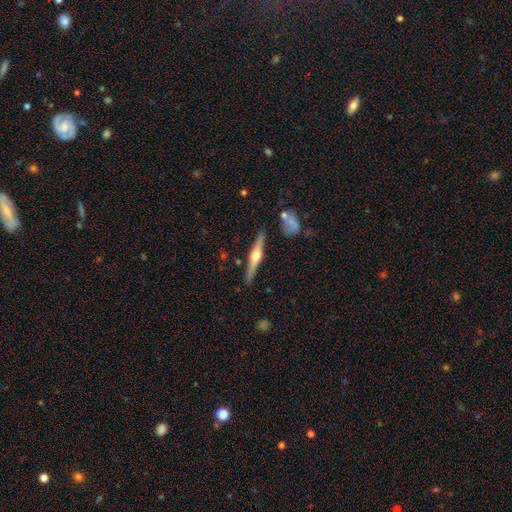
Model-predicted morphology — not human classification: featured or disk 73%, smooth 22%, star or artifact 6%. Down the decision tree: edge-on disk — yes (97%); edge-on bulge — rounded (93%); merging — none (86%).